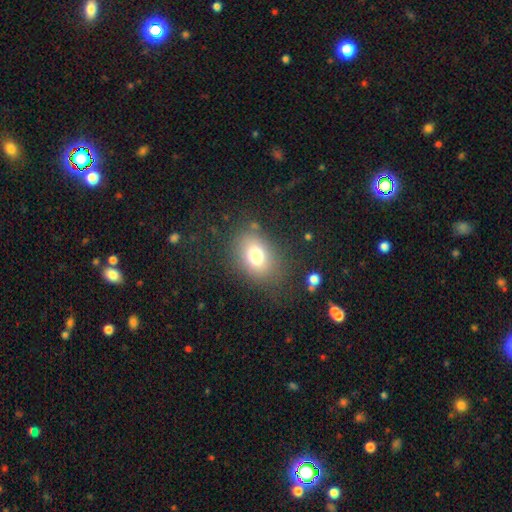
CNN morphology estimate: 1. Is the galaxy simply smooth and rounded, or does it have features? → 75% smooth, 12% star or artifact, 12% featured or disk.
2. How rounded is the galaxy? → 65% in between, 34% round, 1% cigar-shaped.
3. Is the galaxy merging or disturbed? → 77% none, 14% minor disturbance, 7% major disturbance, 2% merger.